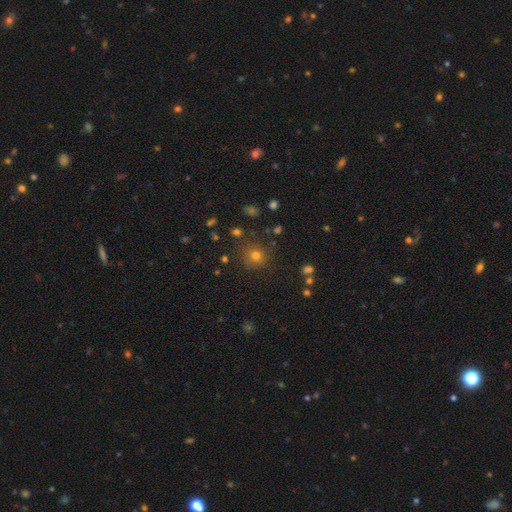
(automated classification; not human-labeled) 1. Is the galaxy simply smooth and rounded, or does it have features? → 71% smooth, 21% star or artifact, 8% featured or disk.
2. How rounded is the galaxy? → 91% round, 8% in between, 1% cigar-shaped.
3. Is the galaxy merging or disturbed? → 86% none, 8% minor disturbance, 3% major disturbance, 3% merger.